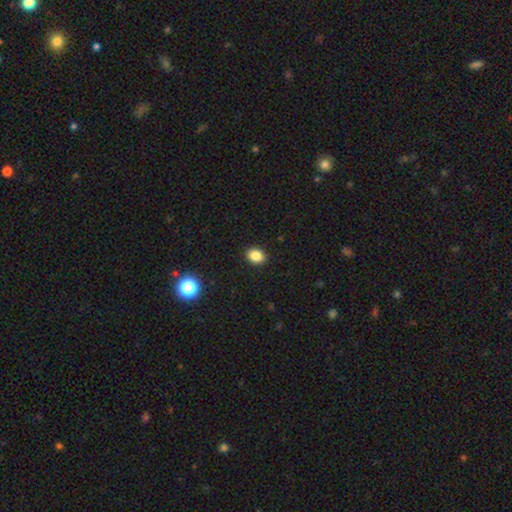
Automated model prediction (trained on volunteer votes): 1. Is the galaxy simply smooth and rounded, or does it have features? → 85% smooth, 11% star or artifact, 5% featured or disk.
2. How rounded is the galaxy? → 58% in between, 41% round, 1% cigar-shaped.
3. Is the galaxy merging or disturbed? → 91% none, 6% minor disturbance, 2% major disturbance, 1% merger.